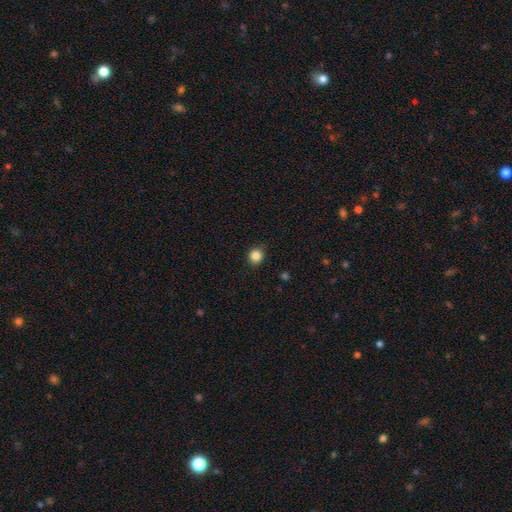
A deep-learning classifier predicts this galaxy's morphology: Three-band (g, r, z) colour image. It shows a smooth galaxy with no disk features (85%) that is round (87%). Merging: none (89%).